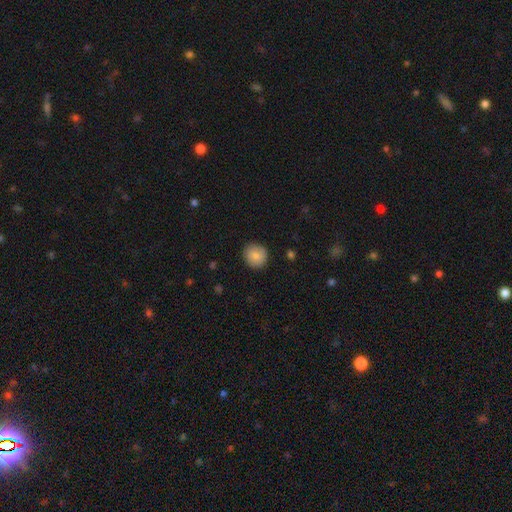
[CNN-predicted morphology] Smooth or featured? smooth (85%)
How rounded? round (88%)
Merging? none (88%)